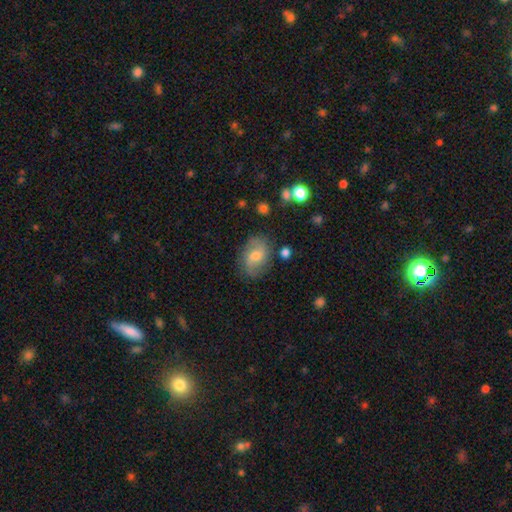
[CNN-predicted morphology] The model was most divided on "smooth or featured": featured or disk: 49%, smooth: 42%, star or artifact: 9%. More confident: merging — none (76%).